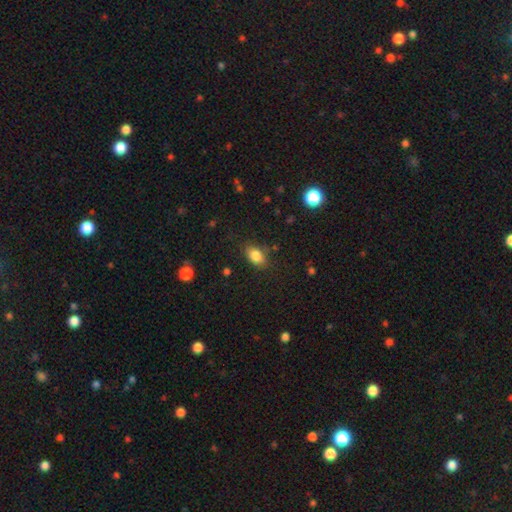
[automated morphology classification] Smooth or featured?
  - smooth: 84% *
  - star or artifact: 9%
  - featured or disk: 7%
How rounded?
  - in between: 84% *
  - round: 14%
  - cigar-shaped: 2%
Merging?
  - none: 80% *
  - minor disturbance: 14%
  - major disturbance: 4%
  - merger: 2%